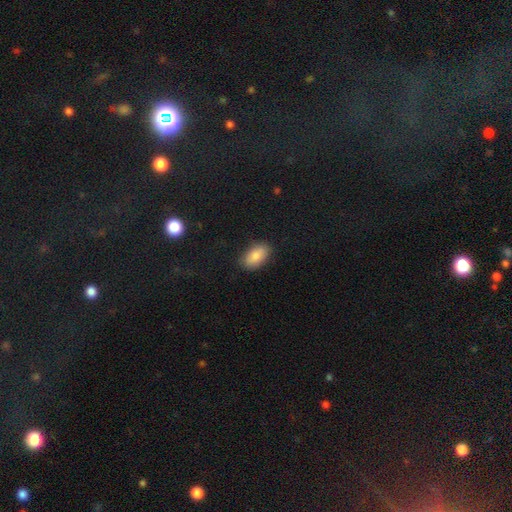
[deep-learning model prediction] This appears to be a smooth galaxy with no disk features (84%) that is in between round and cigar-shaped (93%). Merging: none (85%).